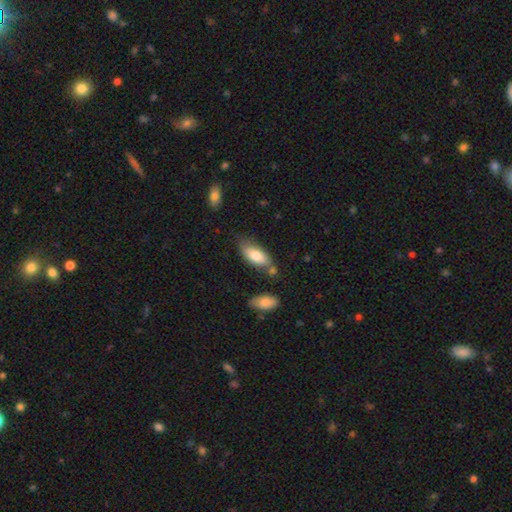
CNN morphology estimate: A smooth galaxy with no disk features (76%) that is in between round and cigar-shaped (82%). Merging: none (61%).